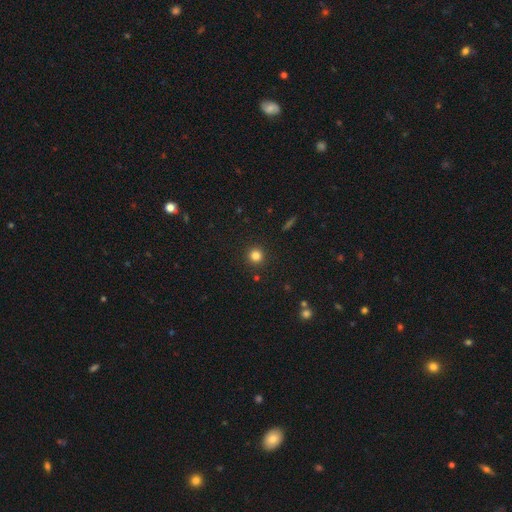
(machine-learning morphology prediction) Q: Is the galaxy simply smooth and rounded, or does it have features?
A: smooth — 82%.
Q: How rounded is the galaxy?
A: round — 95%.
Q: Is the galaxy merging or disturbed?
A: none — 92%.